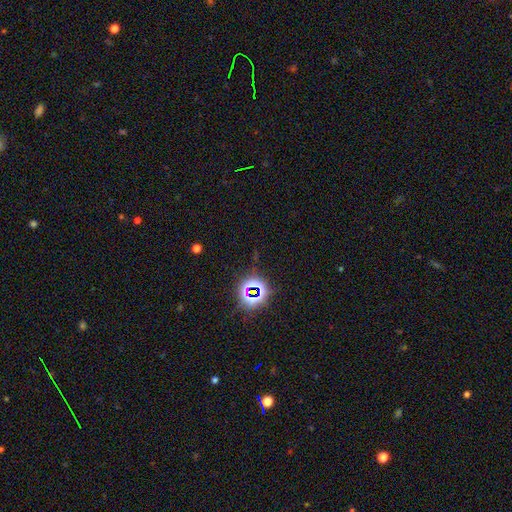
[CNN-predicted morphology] Overall: star or artifact (78%).